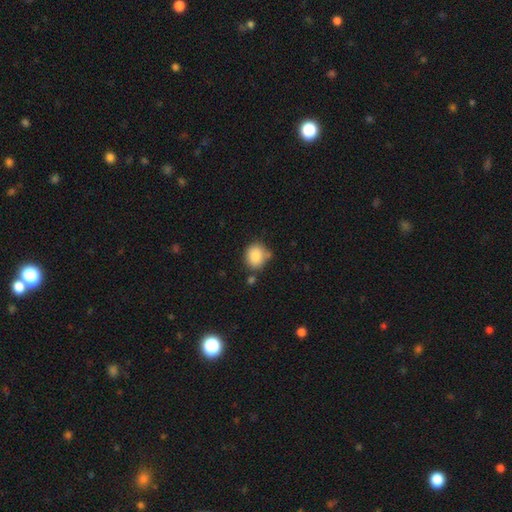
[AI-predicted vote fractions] Smooth or featured: smooth — 87% (star or artifact — 8%)
How rounded: round — 68% (in between — 31%)
Merging: none — 62% (minor disturbance — 22%)